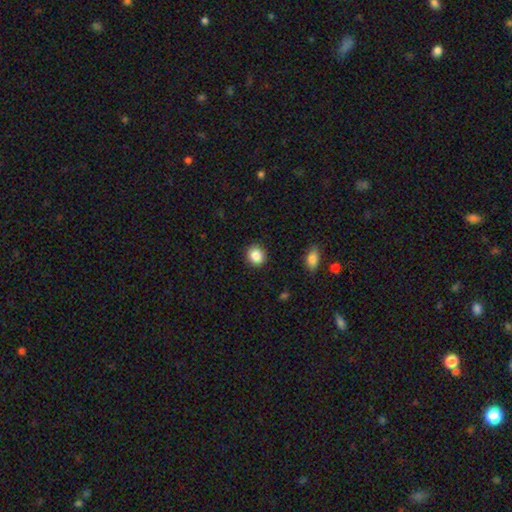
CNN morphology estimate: Q: Smooth or featured?
A: smooth (87%); runner-up: star or artifact (9%)
Q: How rounded?
A: round (82%); runner-up: in between (17%)
Q: Merging?
A: none (90%); runner-up: minor disturbance (7%)